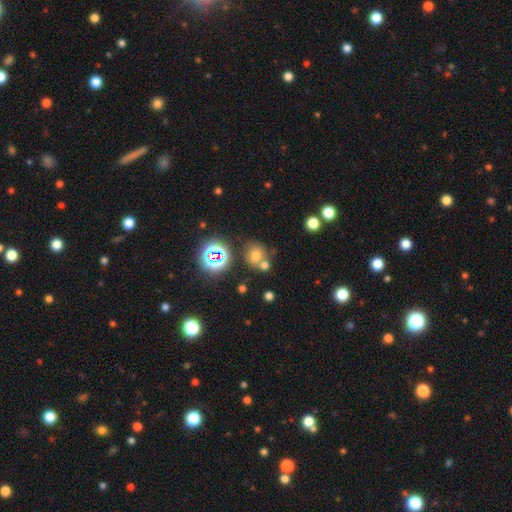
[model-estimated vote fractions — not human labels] Overall: smooth (62%; star or artifact 27%). How rounded: round (69%; in between 30%). Merging: none (57%; merger 28%).